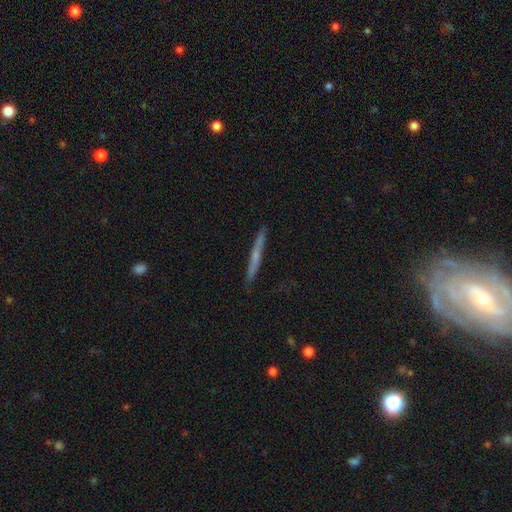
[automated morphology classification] This appears to be a featured or disk galaxy (52%) viewed edge-on (97%) with no central bulge (69%). Merging: none (90%).